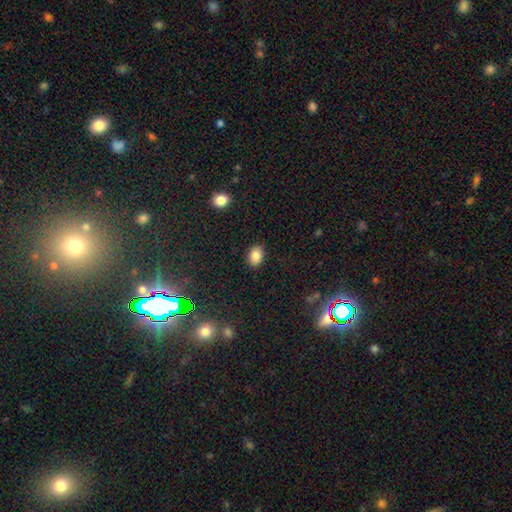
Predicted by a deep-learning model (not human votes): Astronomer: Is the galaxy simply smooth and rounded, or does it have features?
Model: smooth — 86%.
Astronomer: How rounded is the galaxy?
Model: in between — 78%.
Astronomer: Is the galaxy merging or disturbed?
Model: none — 87%.